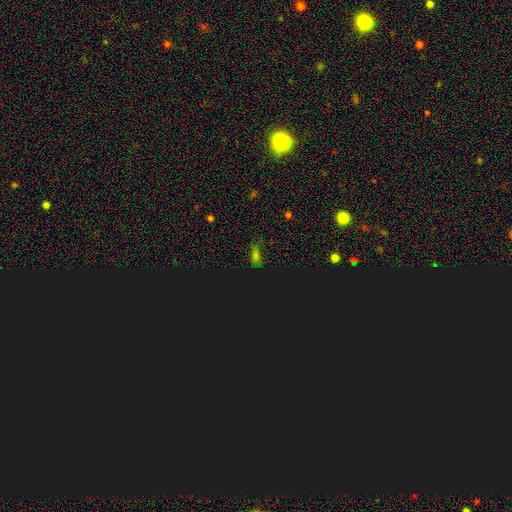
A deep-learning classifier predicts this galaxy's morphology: The model was most divided on "smooth or featured": star or artifact: 50%, smooth: 42%, featured or disk: 8%.